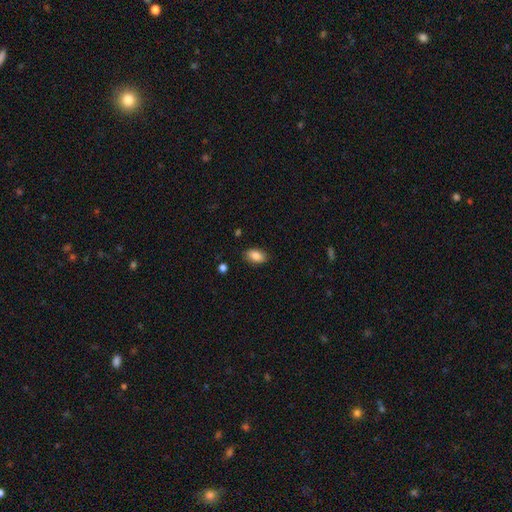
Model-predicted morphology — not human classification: The model was most divided on "merging": none: 86%, minor disturbance: 11%, major disturbance: 2%, merger: 1%. More confident: how rounded — in between (91%); smooth or featured — smooth (85%).